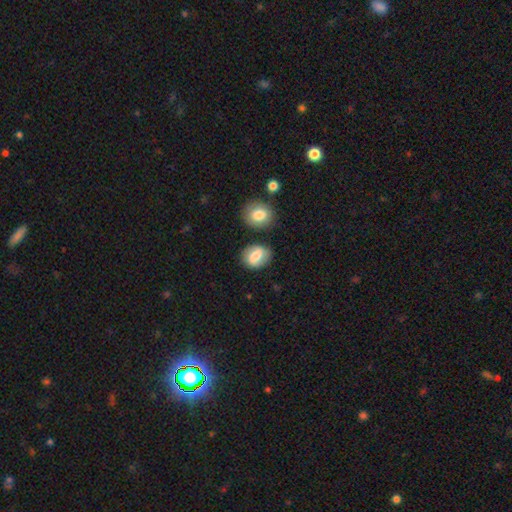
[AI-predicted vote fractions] Smooth or featured?
  - smooth: 74% *
  - featured or disk: 19%
  - star or artifact: 7%
How rounded?
  - in between: 59% *
  - round: 39%
  - cigar-shaped: 2%
Merging?
  - none: 76% *
  - minor disturbance: 13%
  - merger: 8%
  - major disturbance: 4%